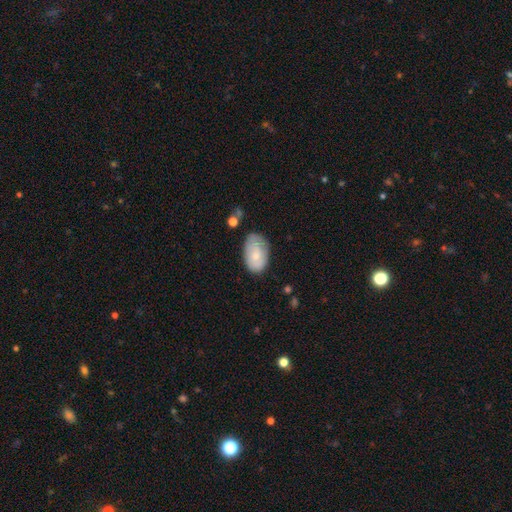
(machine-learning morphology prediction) This is likely a smooth galaxy (70%). How rounded: clearly in between (92%). Merging: likely none (65%).